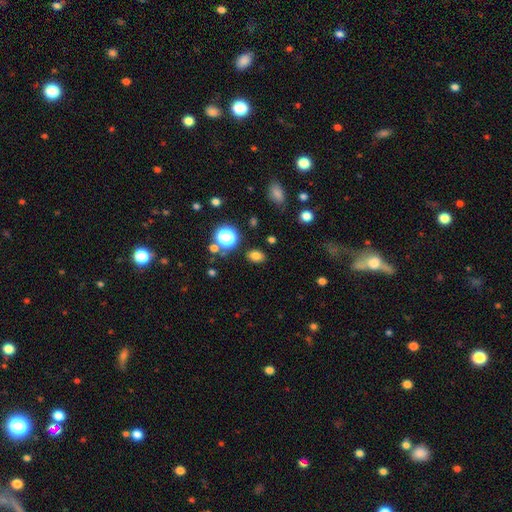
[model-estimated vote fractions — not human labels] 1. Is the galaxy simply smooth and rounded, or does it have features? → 77% smooth, 17% star or artifact, 6% featured or disk.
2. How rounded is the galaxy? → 70% in between, 29% round, 1% cigar-shaped.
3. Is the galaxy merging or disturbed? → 85% none, 9% minor disturbance, 3% major disturbance, 2% merger.